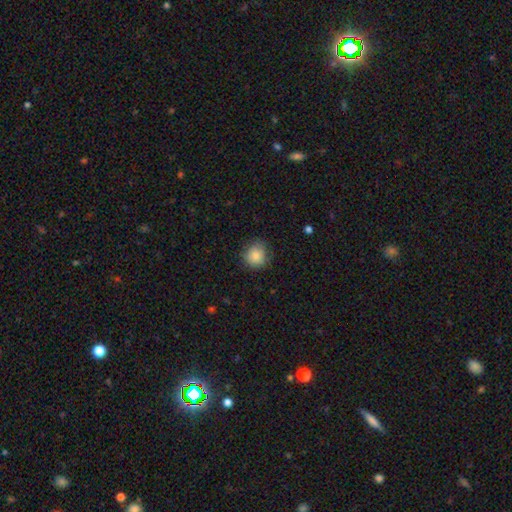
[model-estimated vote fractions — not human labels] Smooth or featured?
  - smooth: 84% *
  - star or artifact: 9%
  - featured or disk: 7%
How rounded?
  - round: 85% *
  - in between: 14%
  - cigar-shaped: 1%
Merging?
  - none: 78% *
  - minor disturbance: 17%
  - major disturbance: 4%
  - merger: 1%